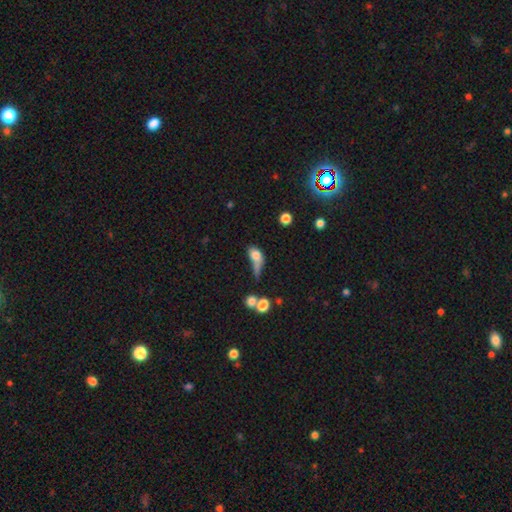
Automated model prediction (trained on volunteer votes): Morphology: type=smooth (69%); roundness=in between (65%); merging=major disturbance (33%).